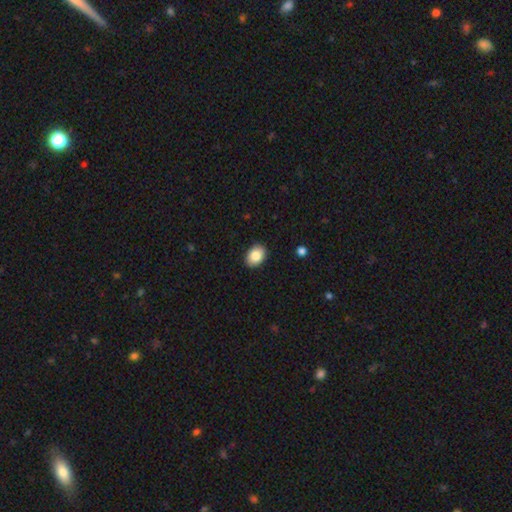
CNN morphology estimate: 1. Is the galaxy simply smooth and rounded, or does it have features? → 86% smooth, 8% star or artifact, 6% featured or disk.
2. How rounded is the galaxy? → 76% in between, 23% round, 1% cigar-shaped.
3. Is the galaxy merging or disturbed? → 90% none, 7% minor disturbance, 2% major disturbance, 1% merger.